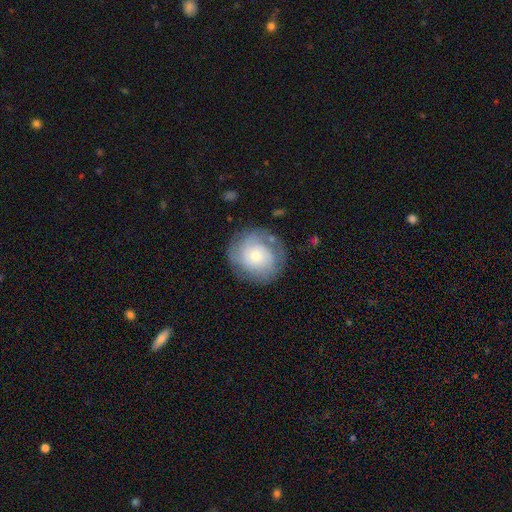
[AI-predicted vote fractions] Smooth or featured?
  - featured or disk: 50% *
  - smooth: 42%
  - star or artifact: 8%
Merging?
  - none: 76% *
  - minor disturbance: 15%
  - major disturbance: 7%
  - merger: 2%